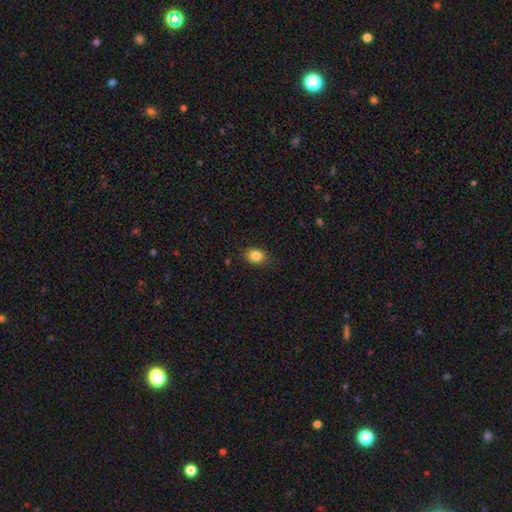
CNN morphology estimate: A smooth galaxy with no disk features (84%) that is in between round and cigar-shaped (64%). Merging: none (84%).